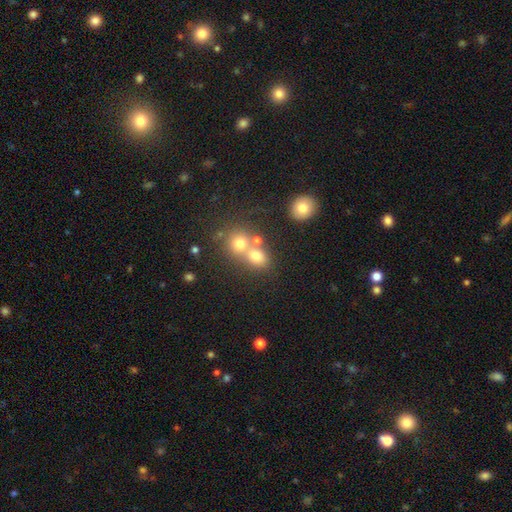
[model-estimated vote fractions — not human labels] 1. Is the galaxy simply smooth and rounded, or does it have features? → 70% smooth, 16% star or artifact, 14% featured or disk.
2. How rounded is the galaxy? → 66% round, 33% in between, 1% cigar-shaped.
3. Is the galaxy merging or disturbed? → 48% merger, 39% none, 8% minor disturbance, 4% major disturbance.